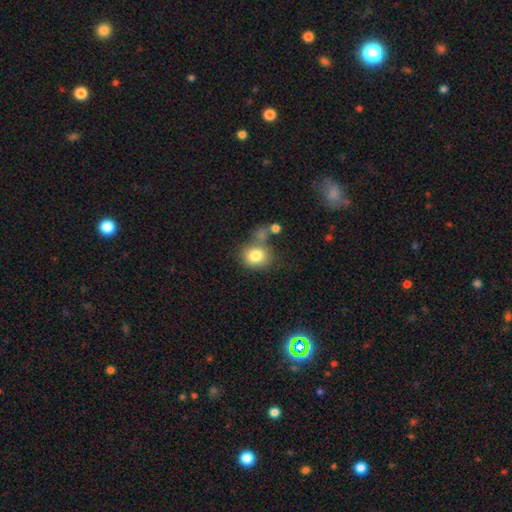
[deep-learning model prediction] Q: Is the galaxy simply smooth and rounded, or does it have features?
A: smooth — 81%.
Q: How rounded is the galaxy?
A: round — 69%.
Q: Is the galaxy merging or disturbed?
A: none — 55%.